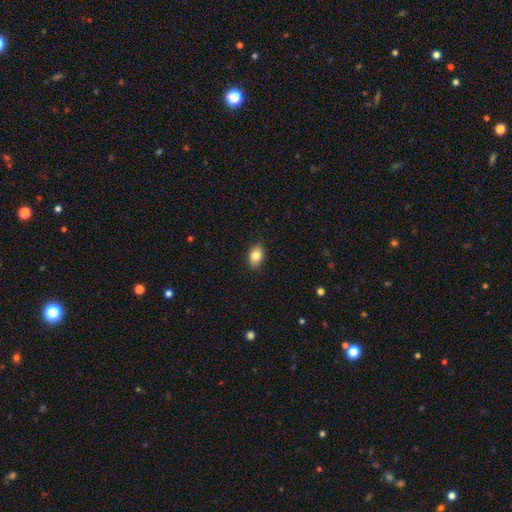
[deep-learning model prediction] Morphology: type=smooth (83%); roundness=in between (85%); merging=none (87%).